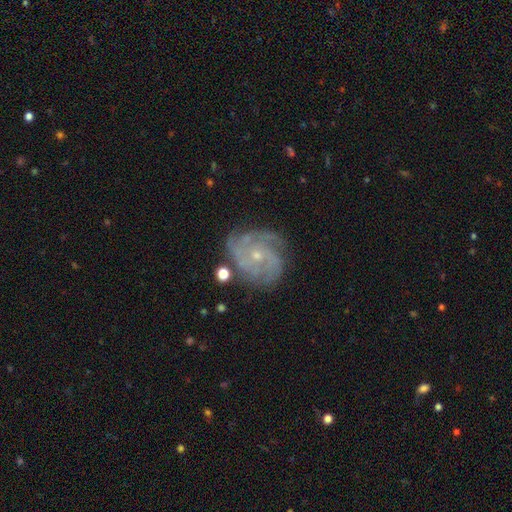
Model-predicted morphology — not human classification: Q: Smooth or featured?
A: featured or disk (85%); runner-up: star or artifact (8%)
Q: Edge-on disk?
A: no (98%); runner-up: yes (2%)
Q: Bar?
A: no (77%); runner-up: weak (19%)
Q: Spiral arms?
A: yes (96%); runner-up: no (4%)
Q: Spiral winding?
A: tight (62%); runner-up: medium (32%)
Q: Spiral arm count?
A: 4 (30%); runner-up: 3 (29%)
Q: Bulge size?
A: small (74%); runner-up: moderate (23%)
Q: Merging?
A: none (75%); runner-up: minor disturbance (17%)